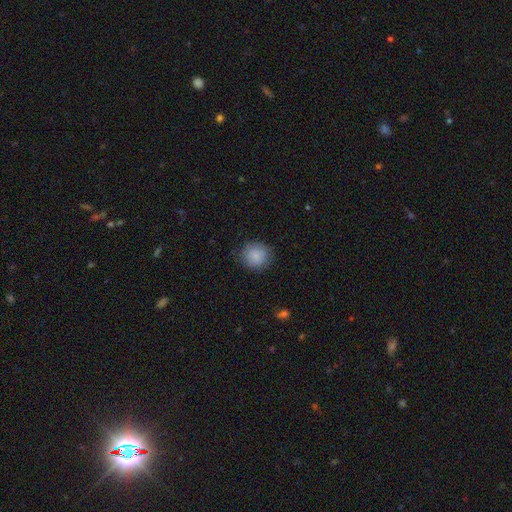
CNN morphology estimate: A smooth galaxy with no disk features (89%) that is round (88%).

Vote fractions:
- Smooth or featured? smooth: 89% / star or artifact: 8% / featured or disk: 4%
- How rounded? round: 88% / in between: 11% / cigar-shaped: 1%
- Merging? none: 86% / minor disturbance: 10% / major disturbance: 3% / merger: 1%